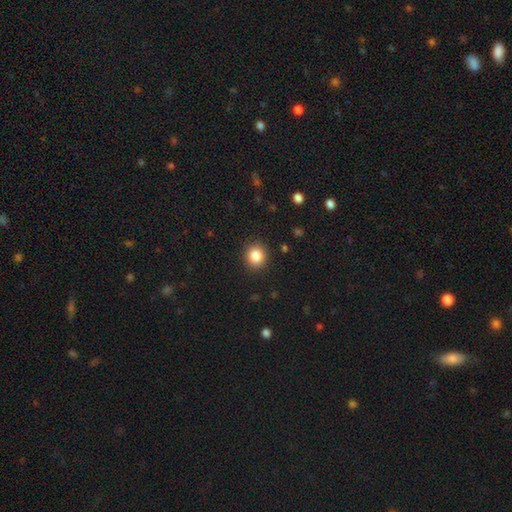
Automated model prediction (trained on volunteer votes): Smooth or featured? Predicted: smooth (p=0.85). How rounded? Predicted: round (p=0.84). Merging? Predicted: none (p=0.89).